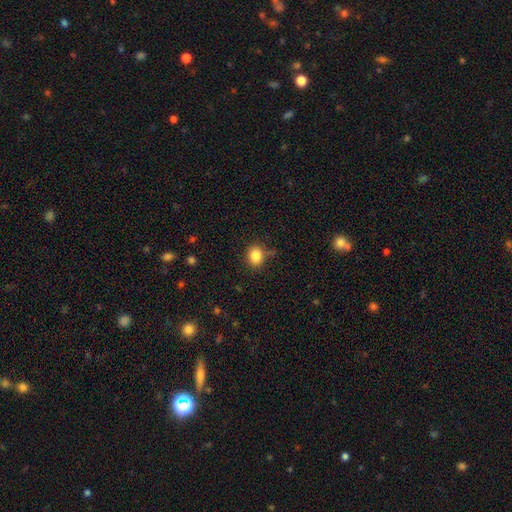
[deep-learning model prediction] smooth-or-featured: smooth: 85% | star or artifact: 10% | featured or disk: 5%
  how-rounded: round: 63% | in between: 36% | cigar-shaped: 1%
  merging: none: 79% | minor disturbance: 13% | major disturbance: 4% | merger: 3%